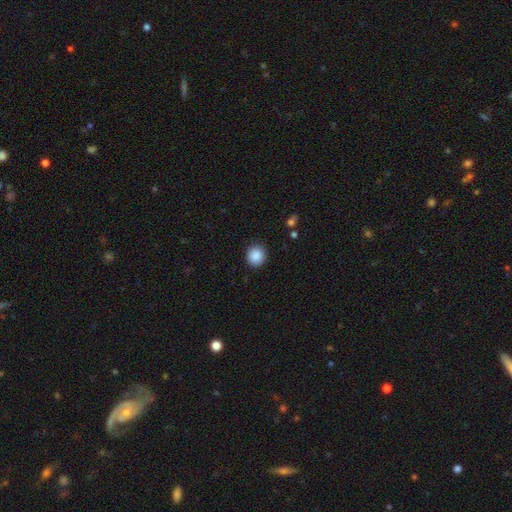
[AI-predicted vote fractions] Smooth or featured?
  - smooth: 88% *
  - star or artifact: 8%
  - featured or disk: 3%
How rounded?
  - round: 88% *
  - in between: 11%
  - cigar-shaped: 1%
Merging?
  - none: 89% *
  - minor disturbance: 8%
  - major disturbance: 2%
  - merger: 1%